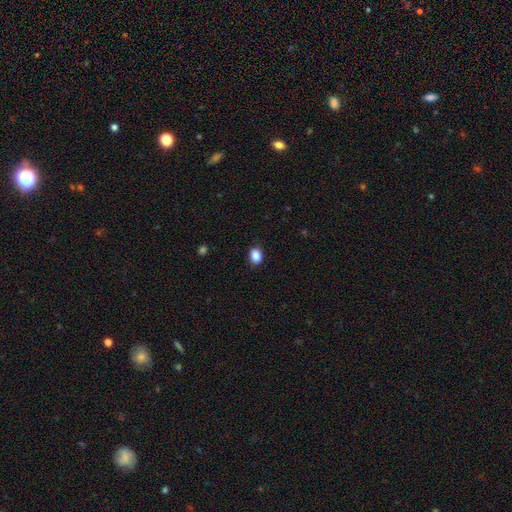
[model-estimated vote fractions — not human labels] smooth-or-featured: smooth: 88% | star or artifact: 9% | featured or disk: 3%
  how-rounded: in between: 62% | round: 37% | cigar-shaped: 1%
  merging: none: 87% | minor disturbance: 10% | major disturbance: 2% | merger: 1%